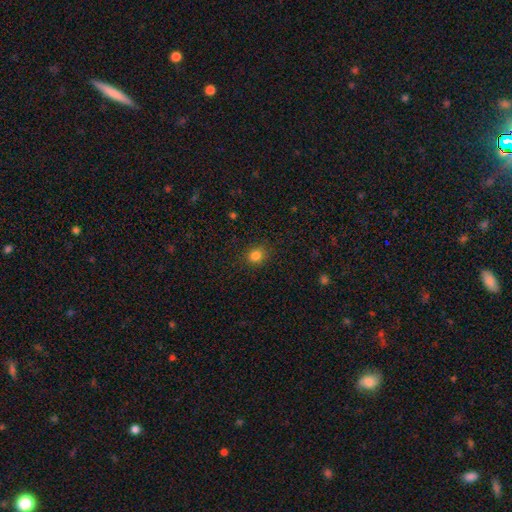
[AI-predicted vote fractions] smooth 82%, star or artifact 13%, featured or disk 5%. Down the decision tree: how rounded — round (77%); merging — none (87%).